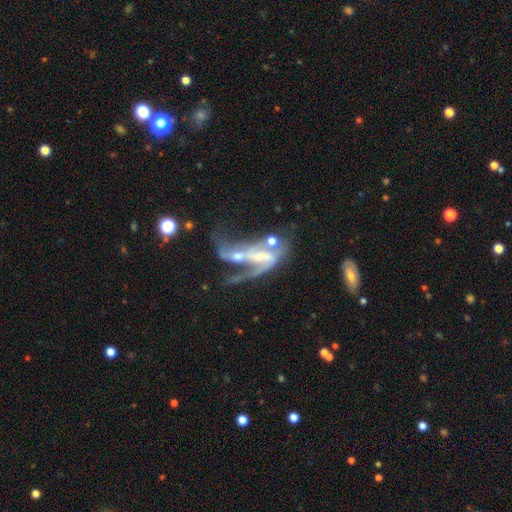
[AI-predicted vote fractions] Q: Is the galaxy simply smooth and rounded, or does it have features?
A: featured or disk — 78%.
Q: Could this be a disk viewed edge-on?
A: no — 91%.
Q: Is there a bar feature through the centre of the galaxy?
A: no — 38%.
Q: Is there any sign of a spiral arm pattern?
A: yes — 74%.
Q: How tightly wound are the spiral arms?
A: loose — 69%.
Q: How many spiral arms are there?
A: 2 — 51%.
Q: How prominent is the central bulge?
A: small — 47%.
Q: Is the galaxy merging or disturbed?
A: merger — 40%.